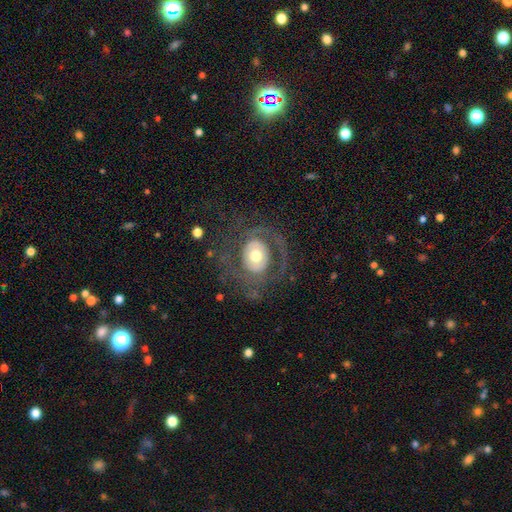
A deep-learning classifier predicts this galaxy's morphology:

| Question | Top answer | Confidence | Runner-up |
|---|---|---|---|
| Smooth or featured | featured or disk | 63% | smooth (30%) |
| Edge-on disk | no | 96% | yes (4%) |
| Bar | no | 77% | weak (17%) |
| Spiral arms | yes | 55% | no (45%) |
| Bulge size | moderate | 65% | large (22%) |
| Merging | none | 60% | major disturbance (23%) |